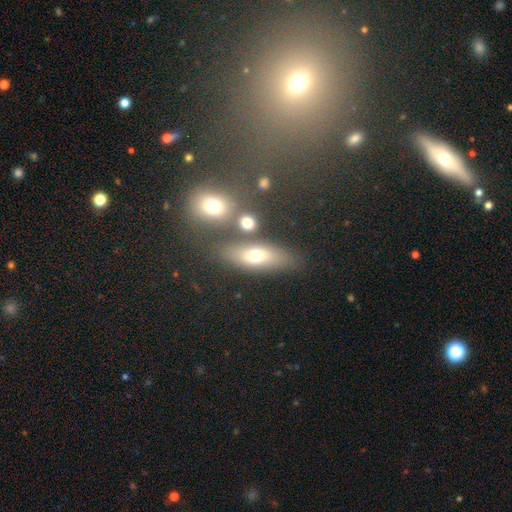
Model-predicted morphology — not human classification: smooth 65%, featured or disk 23%, star or artifact 12%. Down the decision tree: how rounded — in between (62%); merging — none (65%).